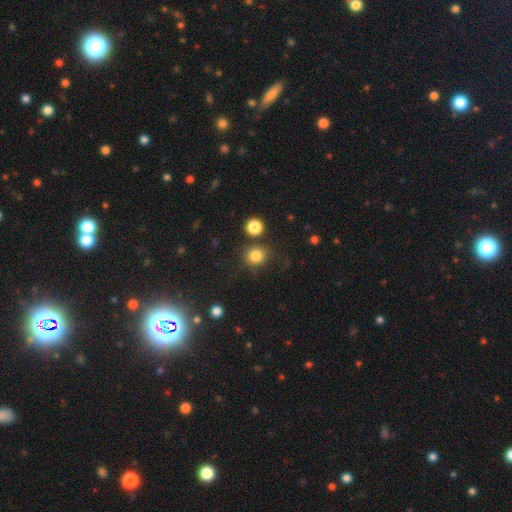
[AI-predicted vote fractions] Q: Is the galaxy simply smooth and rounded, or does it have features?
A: smooth — 83%.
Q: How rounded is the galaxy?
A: round — 87%.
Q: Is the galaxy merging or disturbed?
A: none — 76%.